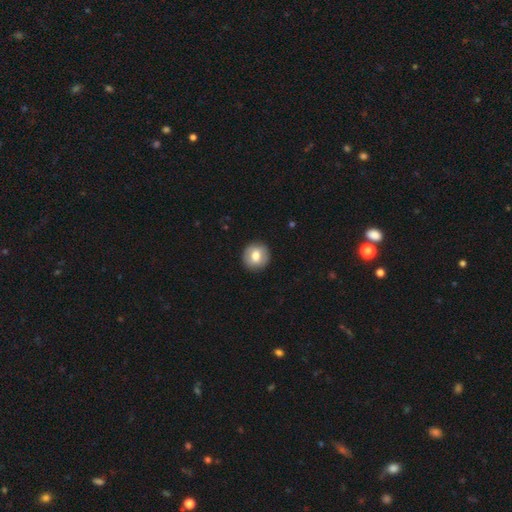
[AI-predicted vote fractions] Overall: smooth (73%). How rounded: round (91%). Merging: none (91%).